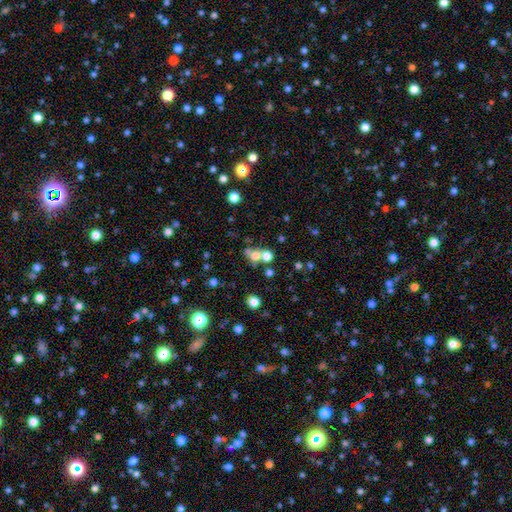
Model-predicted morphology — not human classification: Smooth or featured? smooth (64%)
How rounded? round (71%)
Merging? merger (50%)